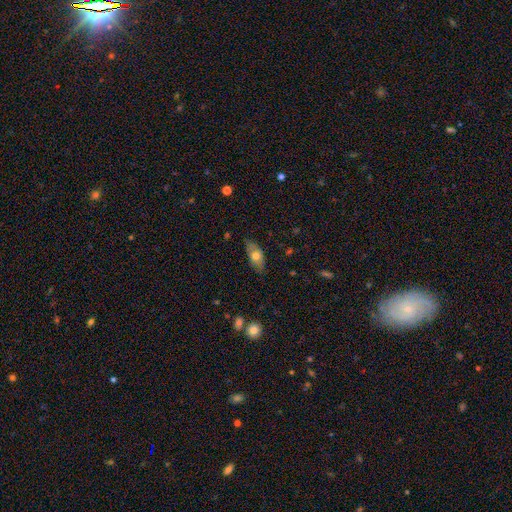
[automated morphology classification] Smooth or featured? smooth (64%)
How rounded? in between (85%)
Merging? none (76%)